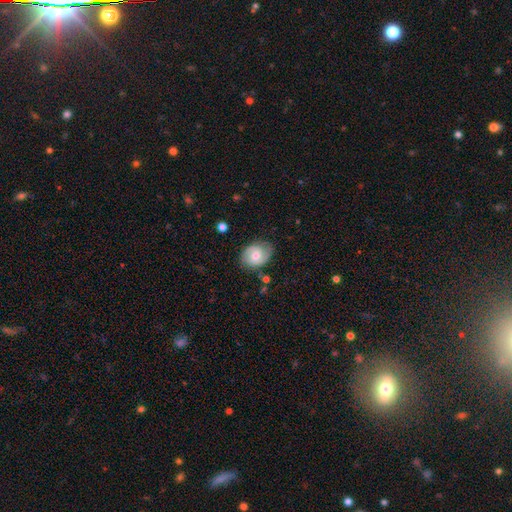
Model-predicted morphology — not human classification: A featured or disk galaxy (59%) with no bar (57%), spiral arms (87%) and a moderate central bulge (66%).

Vote fractions:
- Smooth or featured? featured or disk: 59% / smooth: 34% / star or artifact: 7%
- Edge-on disk? no: 97% / yes: 3%
- Bar? no: 57% / weak: 37% / strong: 7%
- Spiral arms? yes: 87% / no: 13%
- Bulge size? moderate: 66% / small: 26% / large: 5% / none: 2% / dominant: 1%
- Merging? none: 75% / minor disturbance: 19% / major disturbance: 5% / merger: 2%